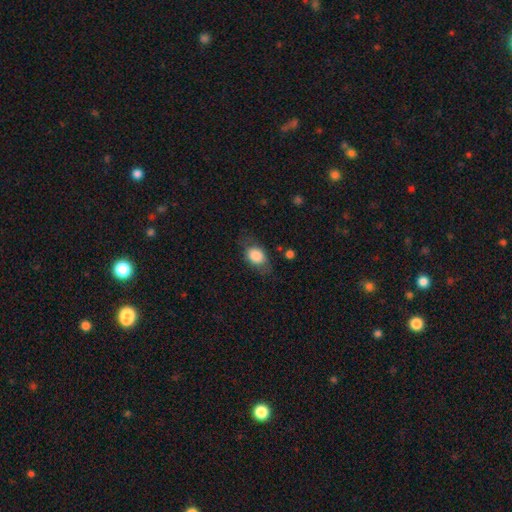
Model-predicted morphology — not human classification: The model was most divided on "merging": none: 66%, minor disturbance: 22%, major disturbance: 10%, merger: 2%. More confident: smooth or featured — smooth (81%); how rounded — in between (76%).